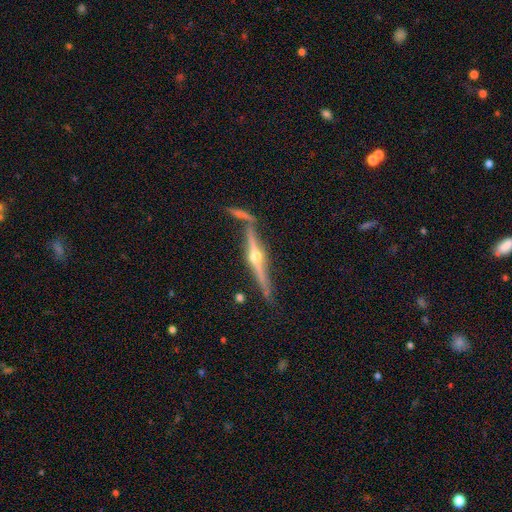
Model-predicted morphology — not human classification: smooth-or-featured: featured or disk: 84% | smooth: 10% | star or artifact: 6%
  disk-edge-on: yes: 97% | no: 3%
    edge-on-bulge: rounded: 95% | none: 3% | boxy: 2%
  merging: none: 75% | minor disturbance: 13% | merger: 10% | major disturbance: 3%